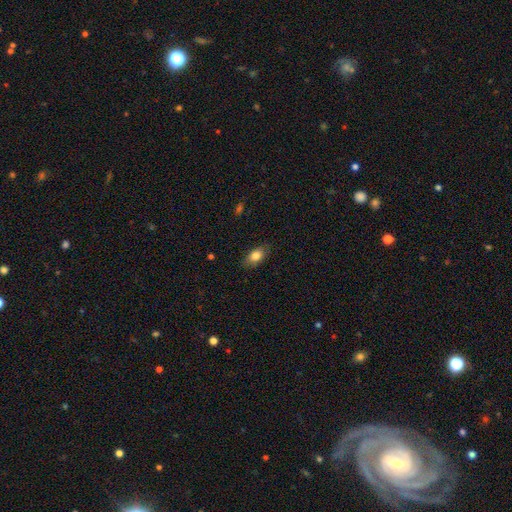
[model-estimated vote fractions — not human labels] smooth_or_featured: smooth (p=0.82) [alt: featured or disk p=0.10]
how_rounded: in between (p=0.86) [alt: round p=0.10]
merging: none (p=0.83) [alt: minor disturbance p=0.13]